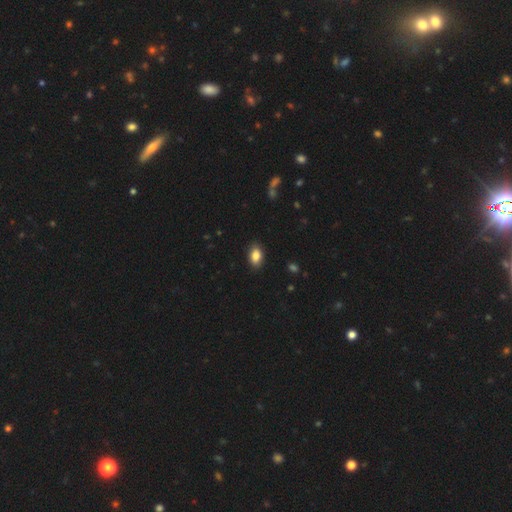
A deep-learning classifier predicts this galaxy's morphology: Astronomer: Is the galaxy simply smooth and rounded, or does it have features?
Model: smooth — 86%.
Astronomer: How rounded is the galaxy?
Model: in between — 89%.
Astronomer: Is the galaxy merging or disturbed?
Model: none — 87%.